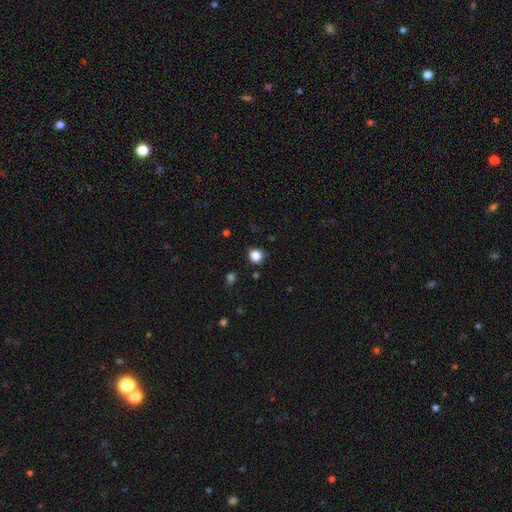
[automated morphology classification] The model was most divided on "smooth or featured": smooth: 84%, star or artifact: 12%, featured or disk: 3%. More confident: how rounded — round (86%); merging — none (86%).